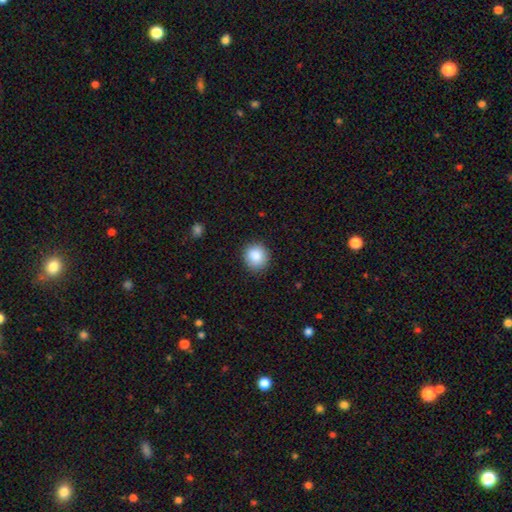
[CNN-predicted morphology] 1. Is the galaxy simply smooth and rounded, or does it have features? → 88% smooth, 8% star or artifact, 4% featured or disk.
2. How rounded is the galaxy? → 89% round, 10% in between, 1% cigar-shaped.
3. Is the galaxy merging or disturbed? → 89% none, 8% minor disturbance, 2% major disturbance, 1% merger.